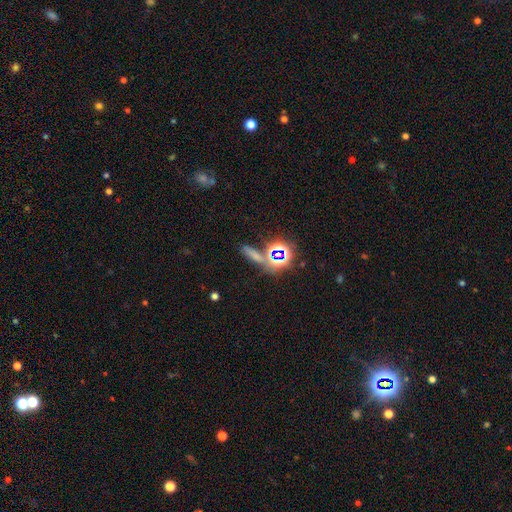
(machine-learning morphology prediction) Smooth or featured? Predicted: smooth (p=0.46). Merging? Predicted: none (p=0.64).